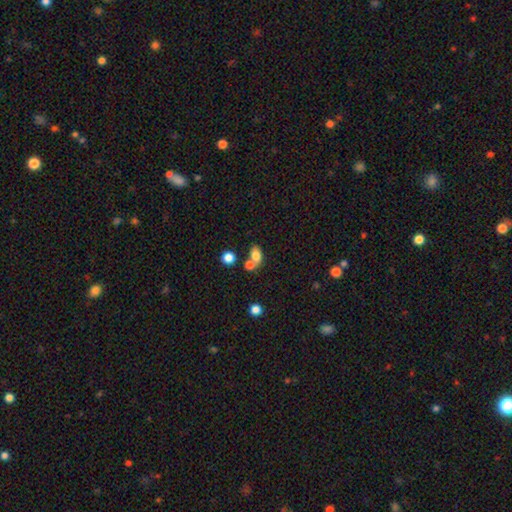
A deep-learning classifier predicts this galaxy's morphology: The model was most divided on "merging": none: 44%, merger: 40%, minor disturbance: 11%, major disturbance: 5%. More confident: smooth or featured — smooth (78%); how rounded — in between (73%).